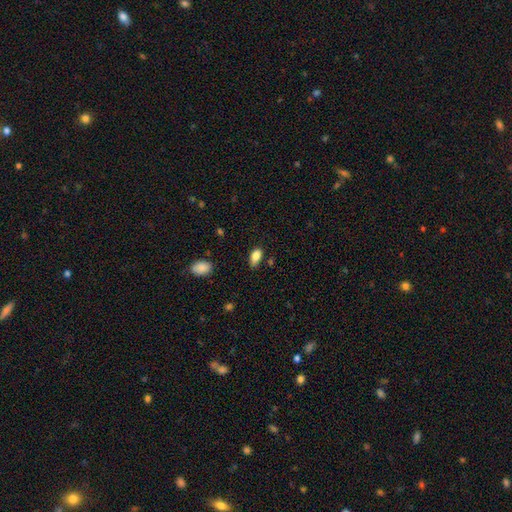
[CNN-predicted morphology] smooth-or-featured: smooth: 83% | featured or disk: 9% | star or artifact: 8%
  how-rounded: in between: 88% | cigar-shaped: 6% | round: 5%
  merging: none: 68% | minor disturbance: 25% | major disturbance: 4% | merger: 3%